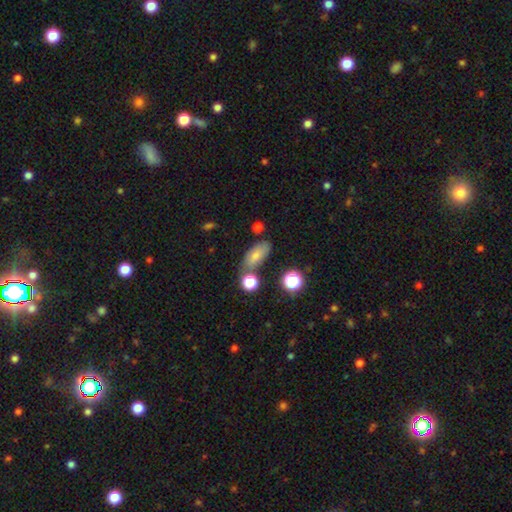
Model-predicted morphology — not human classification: This is likely a smooth galaxy (74%). How rounded: clearly in between (82%). Merging: likely none (63%).